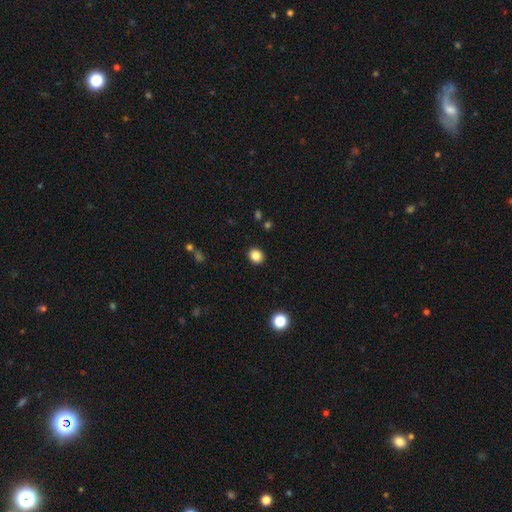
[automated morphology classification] Smooth or featured? smooth (85%)
How rounded? round (73%)
Merging? none (91%)